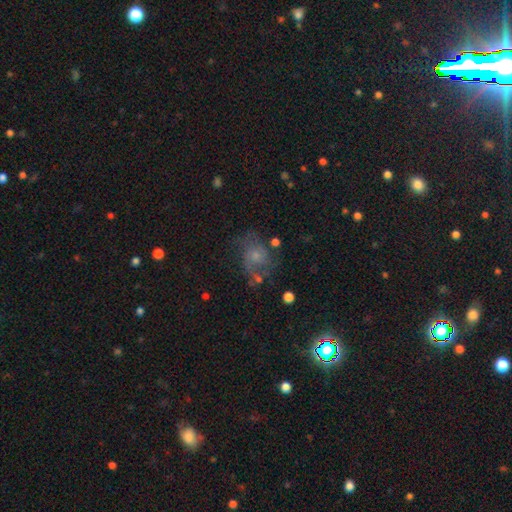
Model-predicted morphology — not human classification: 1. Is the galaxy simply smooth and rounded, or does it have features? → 53% featured or disk, 33% smooth, 14% star or artifact.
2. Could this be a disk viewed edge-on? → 97% no, 3% yes.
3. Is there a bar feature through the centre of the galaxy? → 77% no, 20% weak, 3% strong.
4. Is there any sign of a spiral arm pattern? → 78% yes, 22% no.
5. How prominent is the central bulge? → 56% small, 27% moderate, 11% none, 4% large, 2% dominant.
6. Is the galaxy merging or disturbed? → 49% none, 23% major disturbance, 22% minor disturbance, 5% merger.